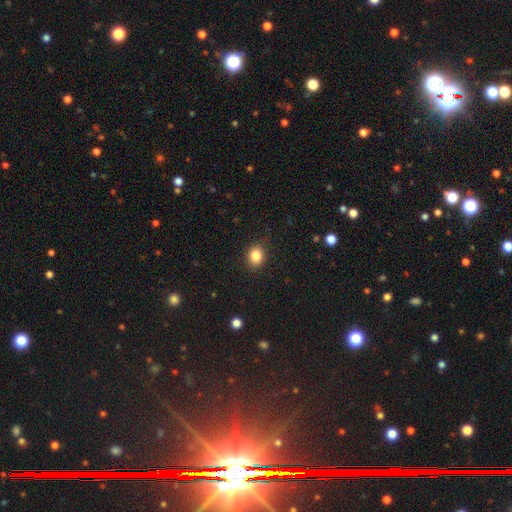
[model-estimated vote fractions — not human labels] The model was most divided on "how rounded": round: 57%, in between: 43%, cigar-shaped: 1%. More confident: merging — none (88%); smooth or featured — smooth (85%).